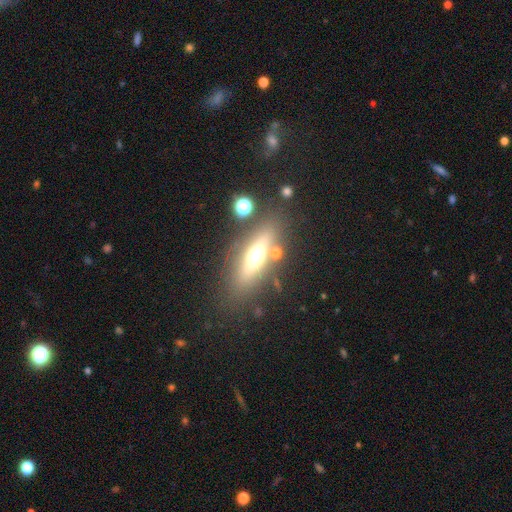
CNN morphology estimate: Smooth or featured?
  - featured or disk: 48% *
  - smooth: 41%
  - star or artifact: 12%
Merging?
  - none: 78% *
  - minor disturbance: 11%
  - merger: 6%
  - major disturbance: 5%